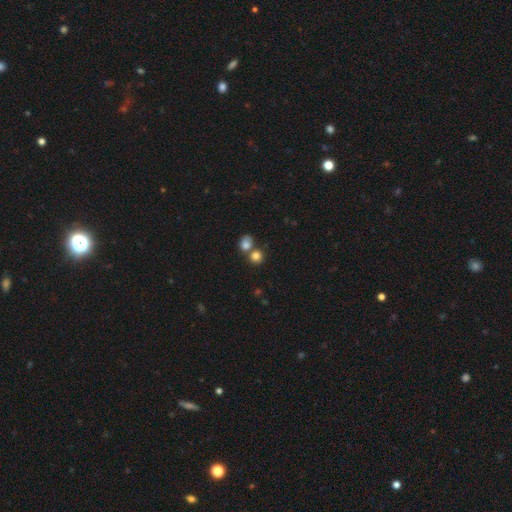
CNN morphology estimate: Smooth or featured? Predicted: smooth (p=0.81). How rounded? Predicted: round (p=0.81). Merging? Predicted: none (p=0.47).